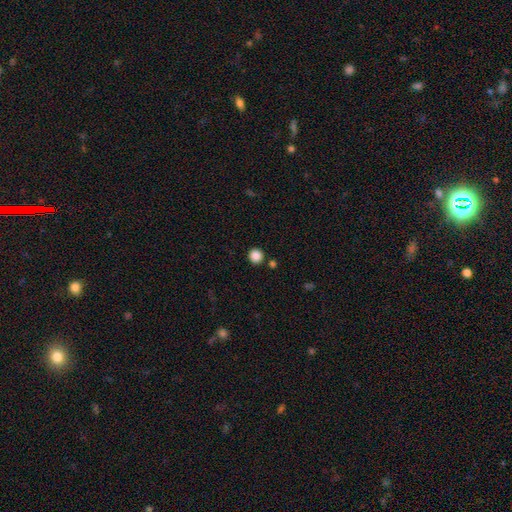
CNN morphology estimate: This is clearly a smooth galaxy (87%). How rounded: clearly round (93%). Merging: clearly none (88%).